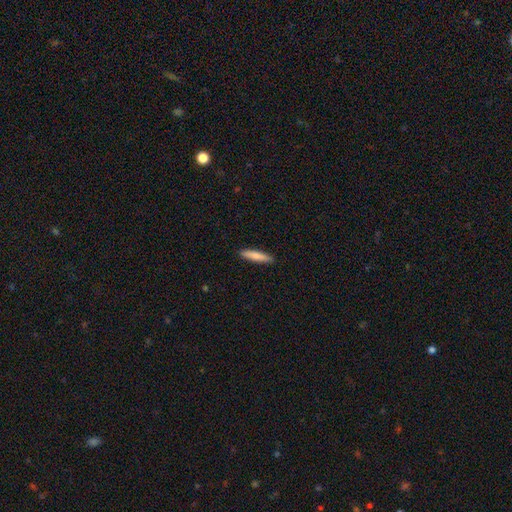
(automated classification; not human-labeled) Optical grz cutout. It shows a smooth galaxy with no disk features (79%) that is cigar-shaped (88%). Merging: none (92%).